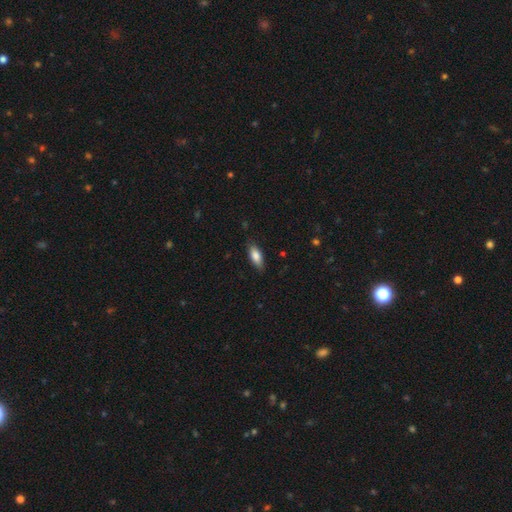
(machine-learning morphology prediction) A smooth galaxy with no disk features (82%) that is in between round and cigar-shaped (79%).

Vote fractions:
- Smooth or featured? smooth: 82% / featured or disk: 12% / star or artifact: 6%
- How rounded? in between: 79% / cigar-shaped: 18% / round: 2%
- Merging? none: 81% / minor disturbance: 15% / major disturbance: 3% / merger: 1%